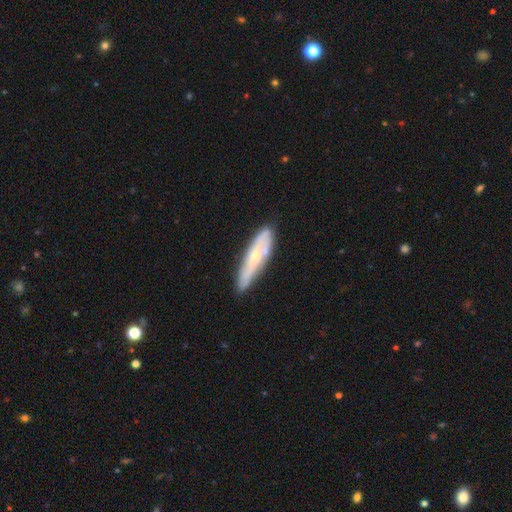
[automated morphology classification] type=featured or disk (56%); edge-on=no (50%, tied with yes); merging=none (76%).